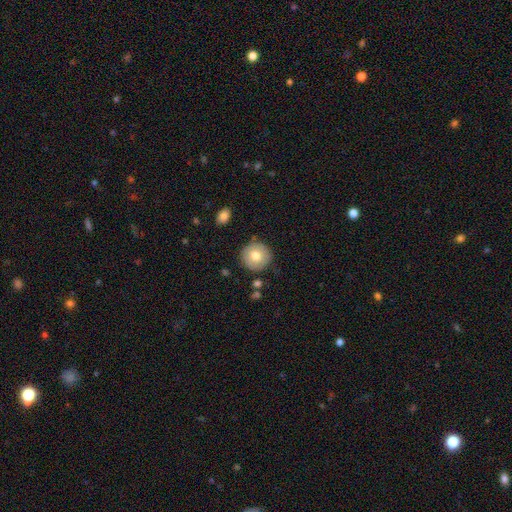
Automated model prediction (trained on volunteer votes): Smooth or featured? smooth (74%)
How rounded? round (94%)
Merging? none (87%)